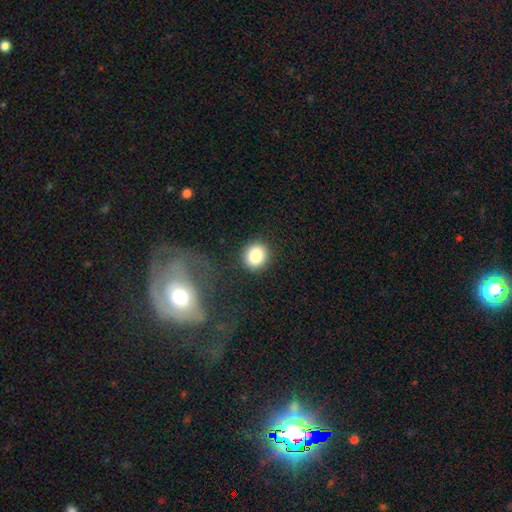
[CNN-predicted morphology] Smooth or featured?
  - smooth: 84% *
  - star or artifact: 10%
  - featured or disk: 6%
How rounded?
  - round: 86% *
  - in between: 13%
  - cigar-shaped: 1%
Merging?
  - none: 88% *
  - minor disturbance: 7%
  - major disturbance: 3%
  - merger: 2%